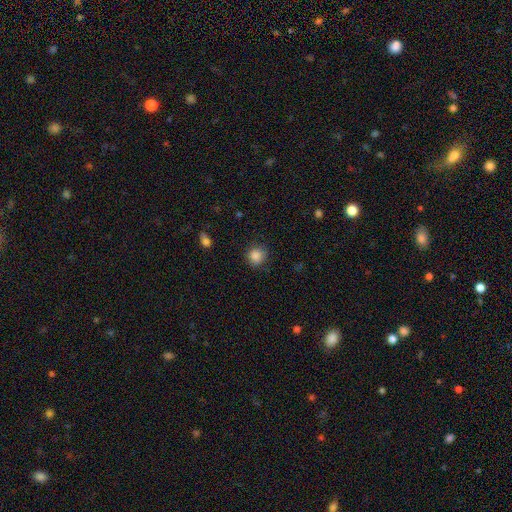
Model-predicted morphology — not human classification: Q: Smooth or featured?
A: smooth (86%); runner-up: star or artifact (10%)
Q: How rounded?
A: round (89%); runner-up: in between (10%)
Q: Merging?
A: none (85%); runner-up: minor disturbance (11%)